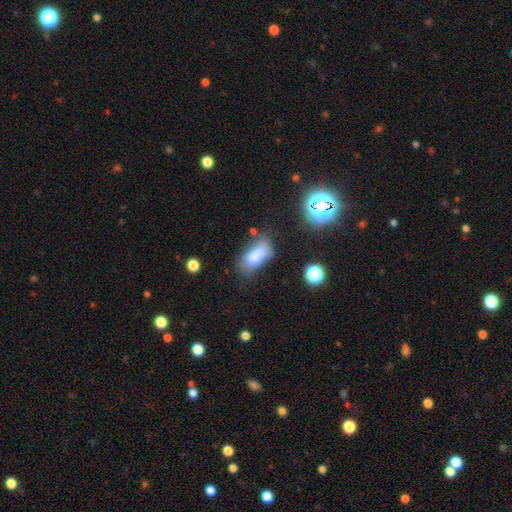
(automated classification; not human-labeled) Smooth or featured? Predicted: smooth (p=0.75). How rounded? Predicted: in between (p=0.88). Merging? Predicted: none (p=0.44).